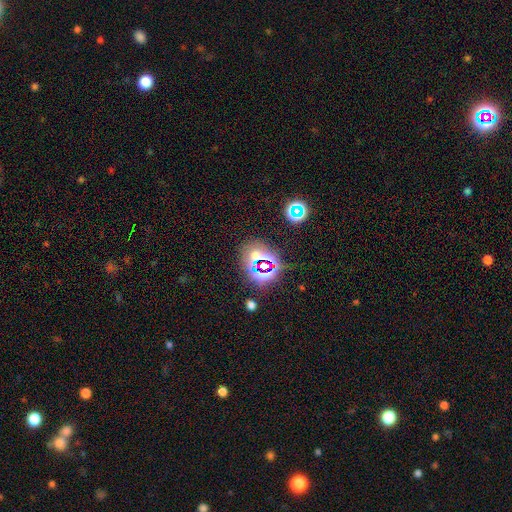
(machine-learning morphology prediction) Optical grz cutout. It shows a star or artifact, not a galaxy (63%).